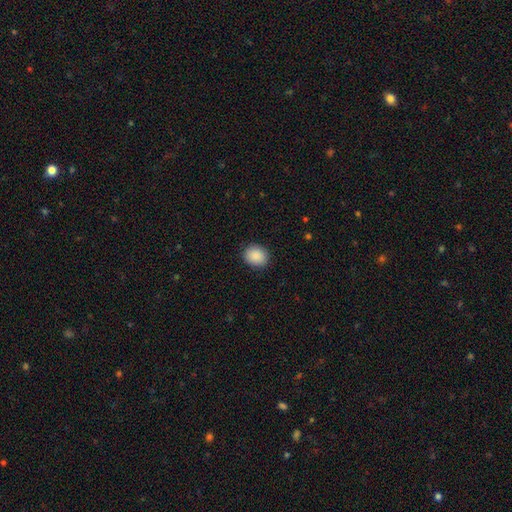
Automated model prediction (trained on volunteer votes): Smooth or featured? Predicted: smooth (p=0.90). How rounded? Predicted: round (p=0.61). Merging? Predicted: none (p=0.89).